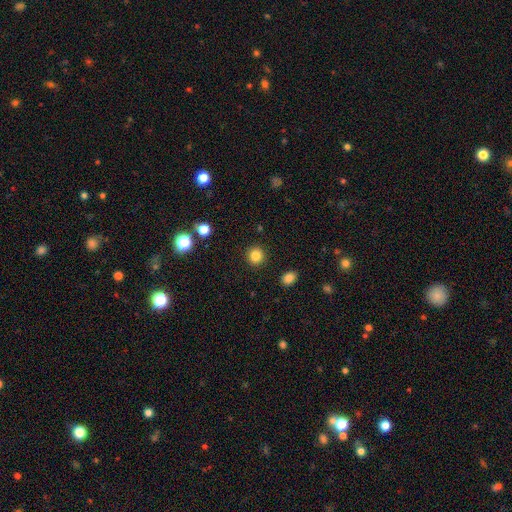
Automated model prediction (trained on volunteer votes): smooth 84%, star or artifact 12%, featured or disk 5%. Down the decision tree: how rounded — round (92%); merging — none (91%).